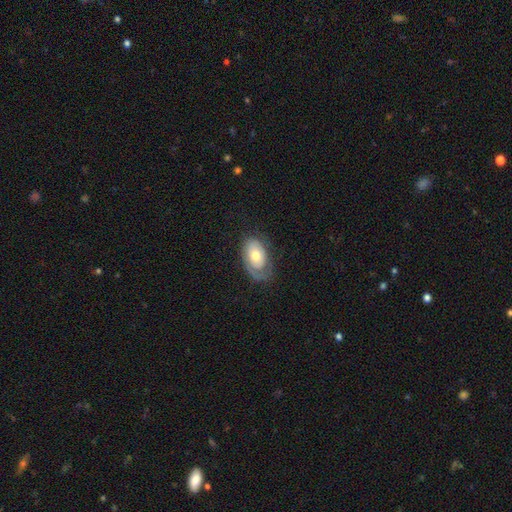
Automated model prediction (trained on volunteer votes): featured or disk 55%, smooth 40%, star or artifact 6%. Down the decision tree: edge-on disk — no (93%); bar — no (83%); spiral arms — yes (64%); bulge size — moderate (69%); merging — none (57%).